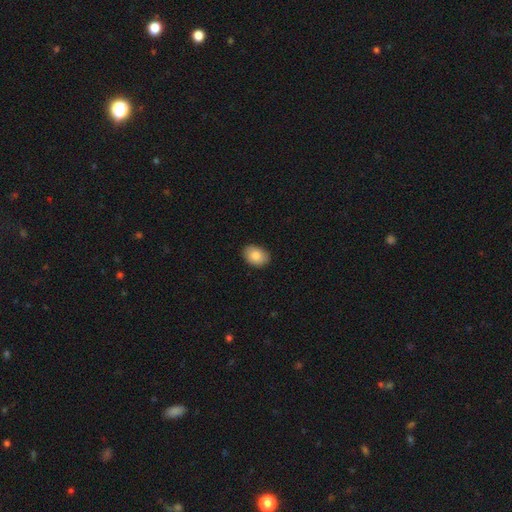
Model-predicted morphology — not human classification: smooth-or-featured: smooth: 85% | featured or disk: 8% | star or artifact: 7%
  how-rounded: in between: 78% | round: 21% | cigar-shaped: 1%
  merging: none: 88% | minor disturbance: 9% | major disturbance: 2% | merger: 1%